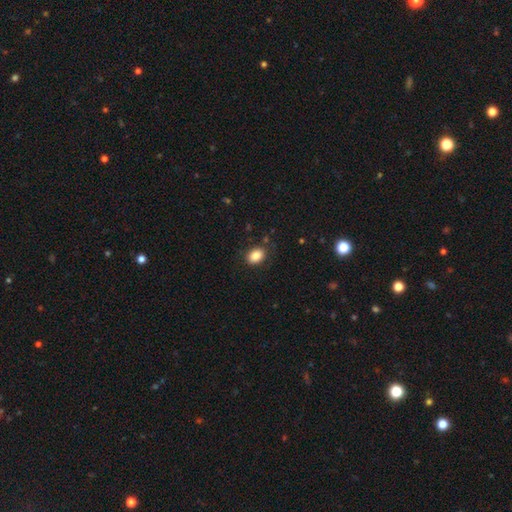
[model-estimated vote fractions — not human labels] The model was most divided on "how rounded": in between: 73%, round: 26%, cigar-shaped: 1%. More confident: smooth or featured — smooth (86%); merging — none (85%).